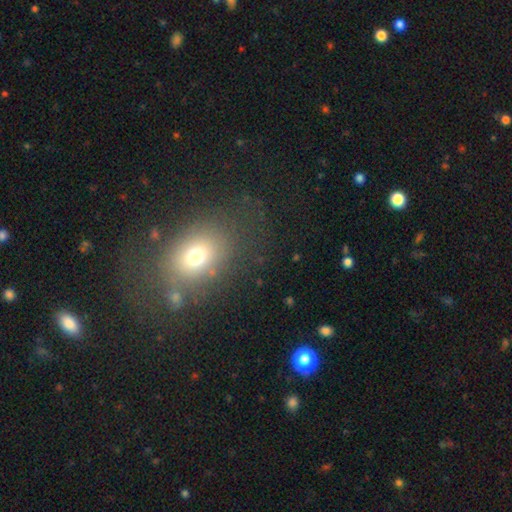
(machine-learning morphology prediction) Smooth or featured? Predicted: smooth (p=0.64). How rounded? Predicted: in between (p=0.68). Merging? Predicted: none (p=0.77).